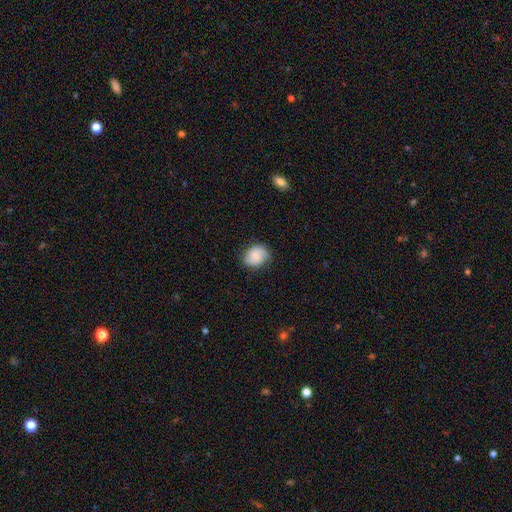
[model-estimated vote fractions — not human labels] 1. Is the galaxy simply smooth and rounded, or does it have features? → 66% smooth, 26% featured or disk, 8% star or artifact.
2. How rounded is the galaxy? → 62% round, 38% in between, 1% cigar-shaped.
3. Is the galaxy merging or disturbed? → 70% none, 22% minor disturbance, 6% major disturbance, 1% merger.